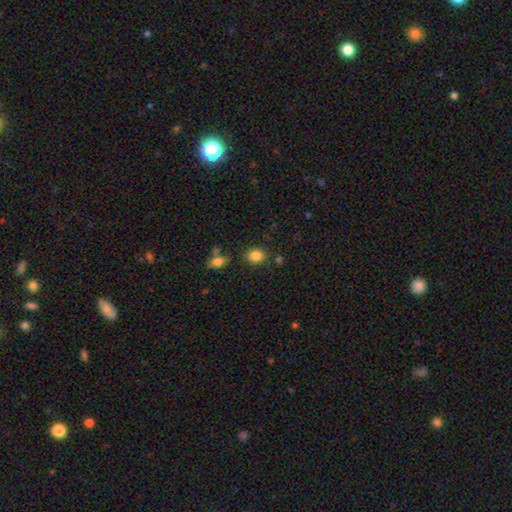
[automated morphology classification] The model was most divided on "how rounded": round: 59%, in between: 40%, cigar-shaped: 1%. More confident: smooth or featured — smooth (85%); merging — none (81%).